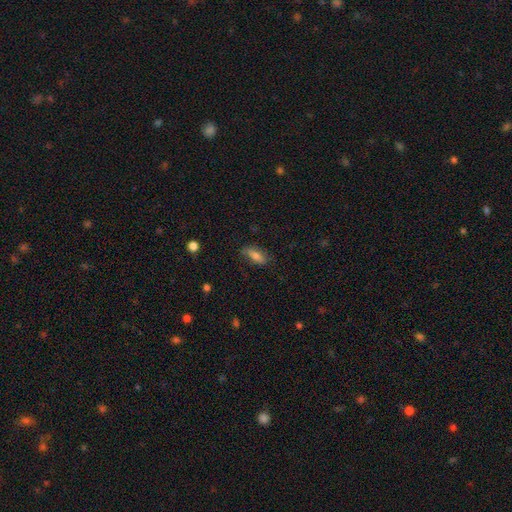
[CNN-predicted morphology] smooth-or-featured: smooth: 72% | featured or disk: 20% | star or artifact: 8%
  how-rounded: in between: 70% | cigar-shaped: 27% | round: 3%
  merging: none: 75% | minor disturbance: 19% | major disturbance: 5% | merger: 1%